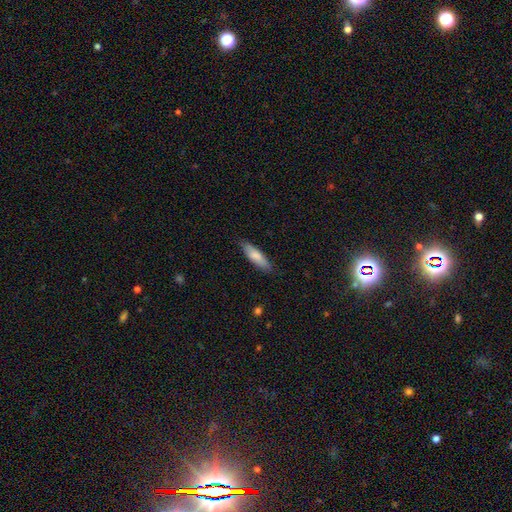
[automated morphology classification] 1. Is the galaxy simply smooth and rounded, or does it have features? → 79% smooth, 15% featured or disk, 5% star or artifact.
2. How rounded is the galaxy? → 57% cigar-shaped, 42% in between, 2% round.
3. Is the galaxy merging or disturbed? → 83% none, 14% minor disturbance, 2% major disturbance, 1% merger.